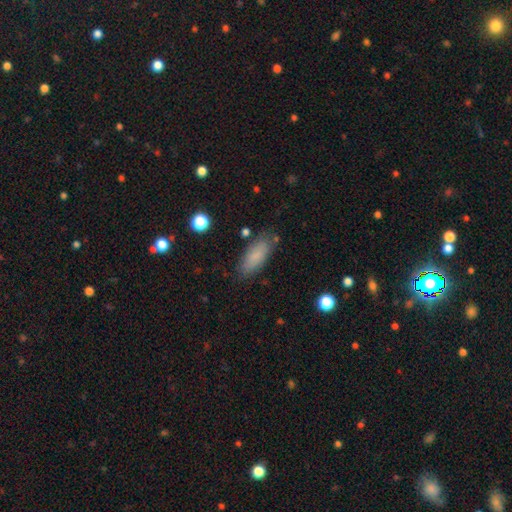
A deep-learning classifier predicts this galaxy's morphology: smooth_or_featured: smooth (p=0.83) [alt: featured or disk p=0.09]
how_rounded: in between (p=0.74) [alt: cigar-shaped p=0.24]
merging: none (p=0.80) [alt: minor disturbance p=0.14]